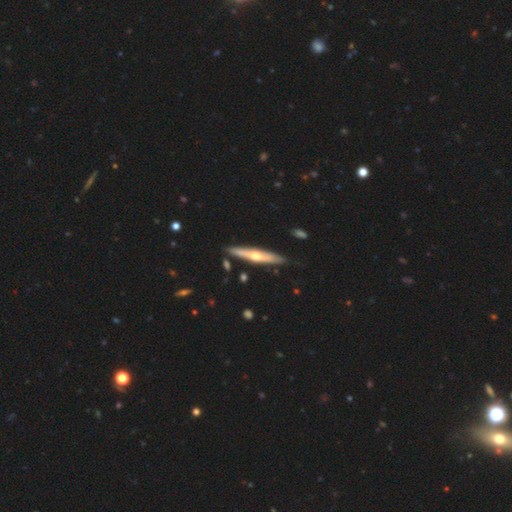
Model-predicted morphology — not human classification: smooth-or-featured: featured or disk: 61% | smooth: 34% | star or artifact: 5%
  disk-edge-on: yes: 91% | no: 9%
    edge-on-bulge: rounded: 88% | none: 10% | boxy: 2%
  merging: none: 86% | minor disturbance: 10% | merger: 3% | major disturbance: 2%